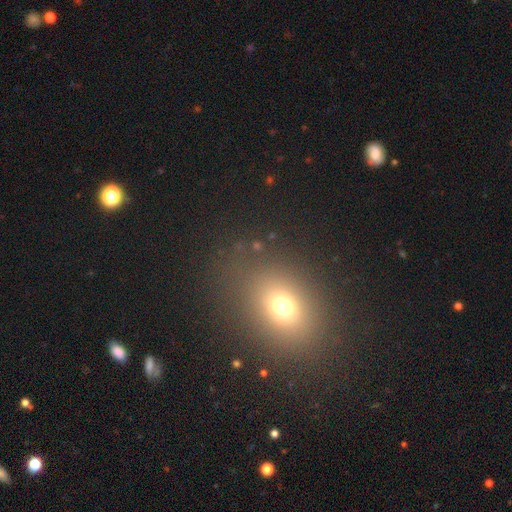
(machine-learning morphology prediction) Smooth or featured: smooth — 65% (star or artifact — 24%)
How rounded: in between — 60% (round — 38%)
Merging: none — 87% (minor disturbance — 8%)